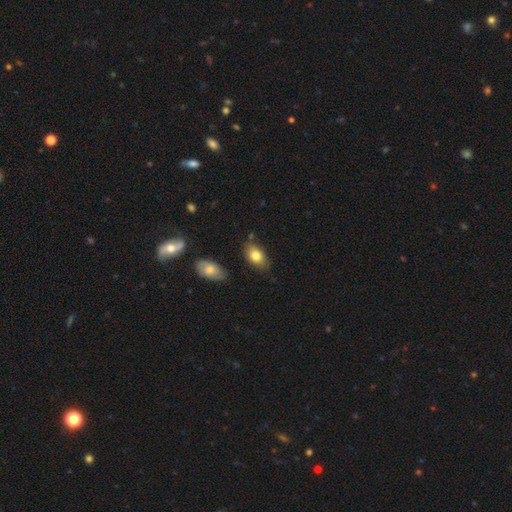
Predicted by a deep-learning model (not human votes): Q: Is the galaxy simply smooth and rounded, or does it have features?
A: smooth — 80%.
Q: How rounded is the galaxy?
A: in between — 89%.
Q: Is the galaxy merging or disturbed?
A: none — 75%.